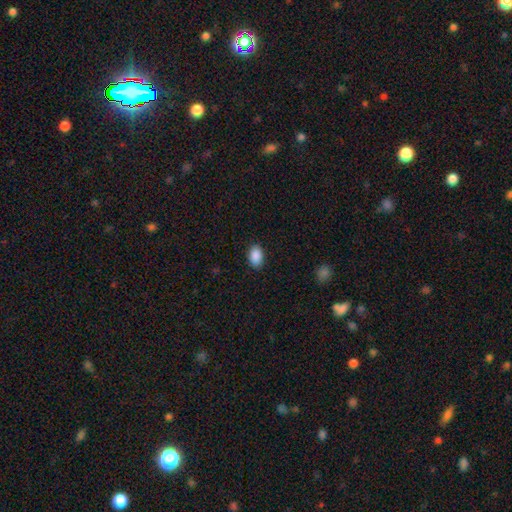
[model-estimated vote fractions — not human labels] Smooth or featured? smooth (89%)
How rounded? in between (88%)
Merging? none (88%)